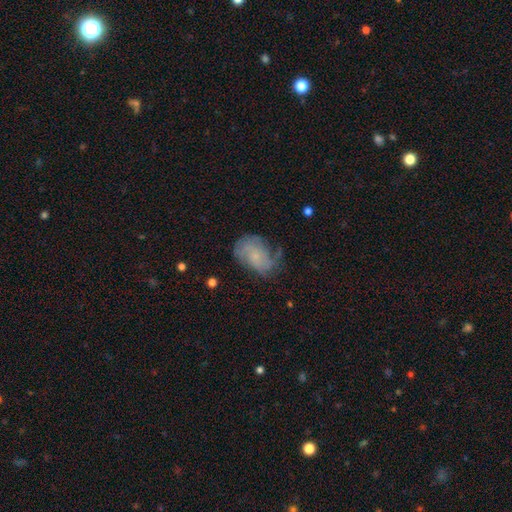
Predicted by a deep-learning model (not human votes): smooth-or-featured: featured or disk: 57% | smooth: 34% | star or artifact: 9%
  disk-edge-on: no: 97% | yes: 3%
    bar: no: 78% | weak: 19% | strong: 3%
    has-spiral-arms: yes: 81% | no: 19%
    bulge-size: small: 66% | none: 17% | moderate: 14% | large: 2% | dominant: 1%
  merging: none: 52% | minor disturbance: 29% | major disturbance: 17% | merger: 2%